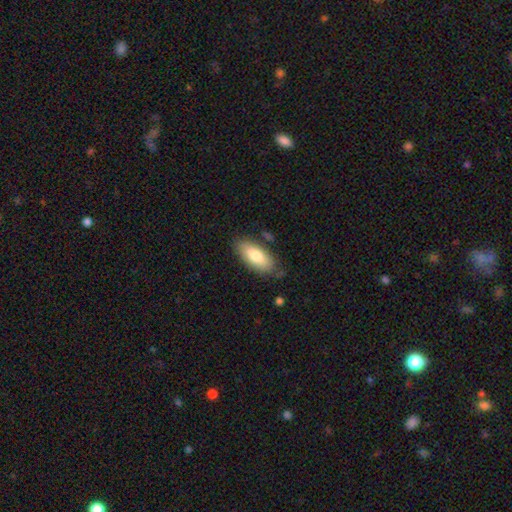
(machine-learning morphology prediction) smooth-or-featured: smooth: 79% | featured or disk: 15% | star or artifact: 6%
  how-rounded: in between: 85% | cigar-shaped: 13% | round: 2%
  merging: none: 78% | minor disturbance: 16% | major disturbance: 3% | merger: 3%